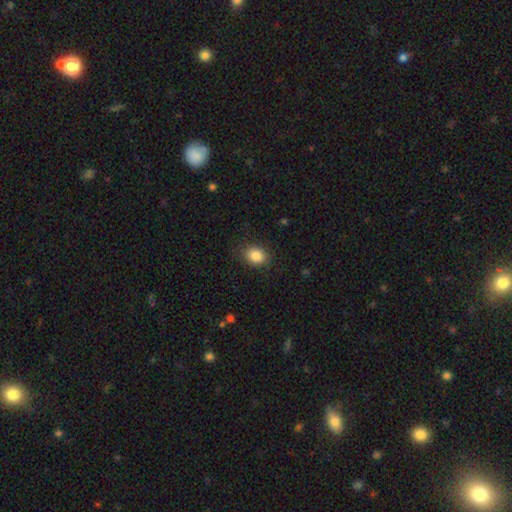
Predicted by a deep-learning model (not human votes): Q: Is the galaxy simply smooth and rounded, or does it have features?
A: smooth — 86%.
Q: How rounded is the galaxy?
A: in between — 58%.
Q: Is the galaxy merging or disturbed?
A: none — 85%.